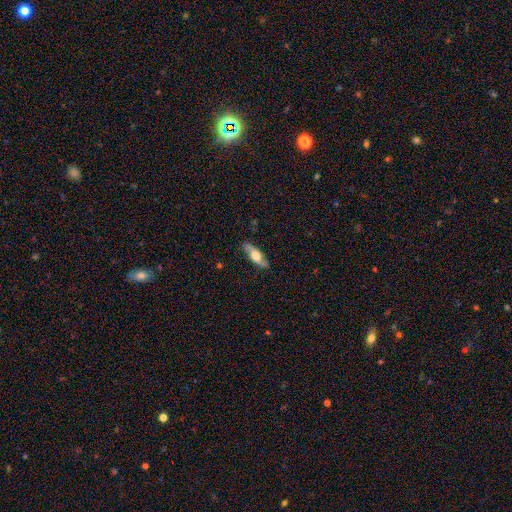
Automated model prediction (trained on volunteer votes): The model was most divided on "edge-on disk": yes: 51%, no: 49%. More confident: merging — none (82%); smooth or featured — featured or disk (54%).